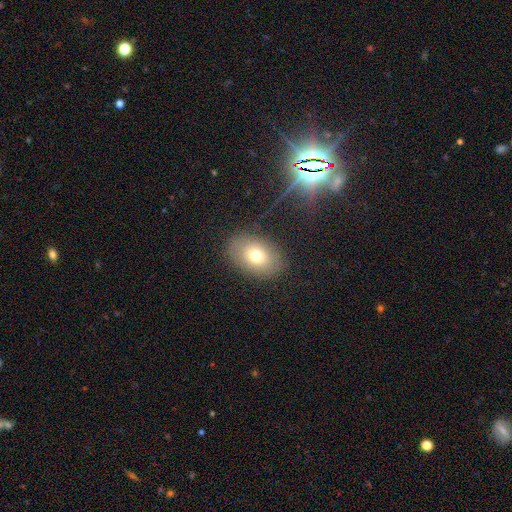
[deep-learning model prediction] smooth_or_featured: smooth (p=0.72) [alt: featured or disk p=0.16]
how_rounded: in between (p=0.79) [alt: round p=0.20]
merging: none (p=0.84) [alt: minor disturbance p=0.11]